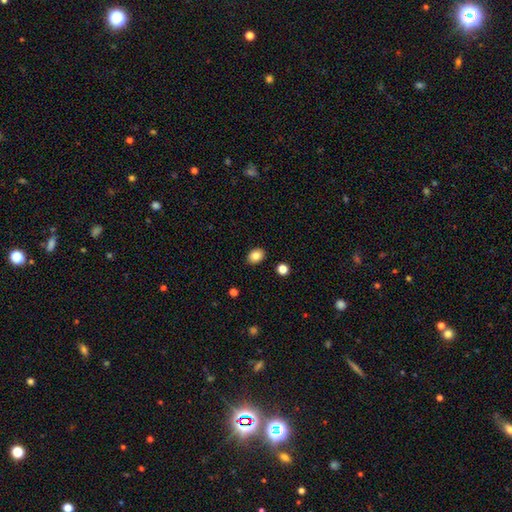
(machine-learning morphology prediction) smooth_or_featured: smooth (p=0.85) [alt: star or artifact p=0.09]
how_rounded: in between (p=0.67) [alt: round p=0.32]
merging: none (p=0.89) [alt: minor disturbance p=0.07]